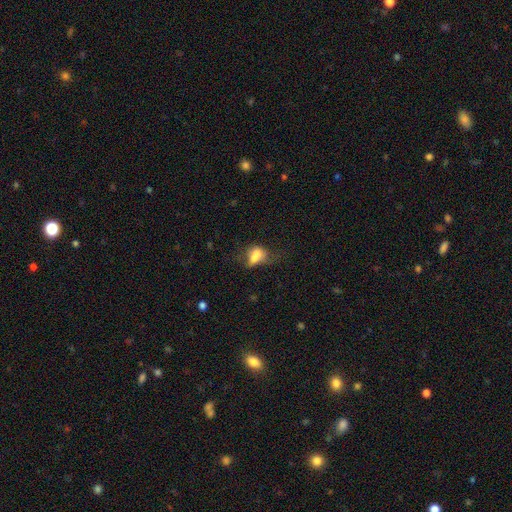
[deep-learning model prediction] The model was most divided on "merging": major disturbance: 31%, none: 28%, minor disturbance: 26%, merger: 15%. More confident: how rounded — in between (80%); smooth or featured — smooth (68%).